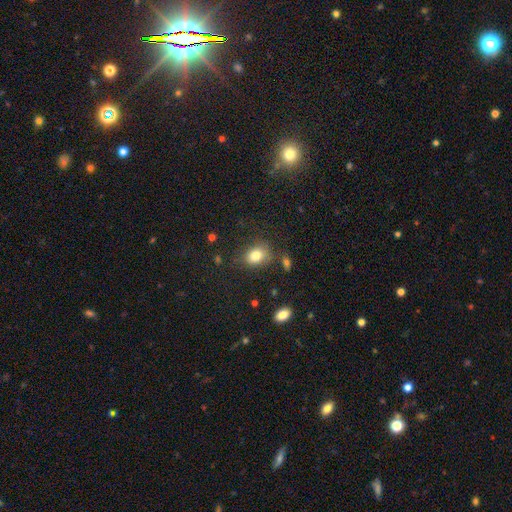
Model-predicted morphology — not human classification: A smooth galaxy with no disk features (82%) that is in between round and cigar-shaped (66%).

Vote fractions:
- Smooth or featured? smooth: 82% / star or artifact: 10% / featured or disk: 8%
- How rounded? in between: 66% / round: 33% / cigar-shaped: 1%
- Merging? none: 71% / minor disturbance: 19% / major disturbance: 6% / merger: 4%